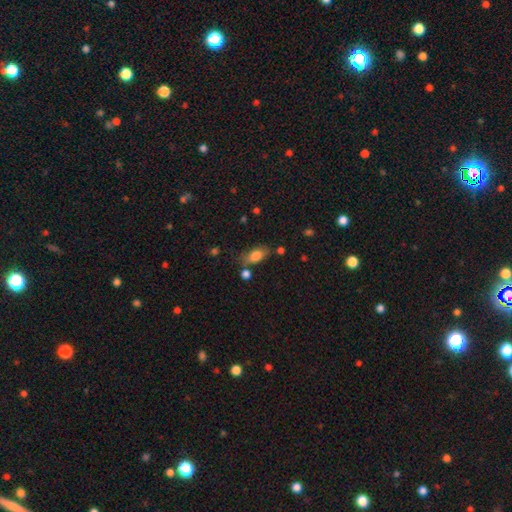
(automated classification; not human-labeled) This is likely a smooth galaxy (78%). How rounded: clearly in between (85%). Merging: likely none (68%).